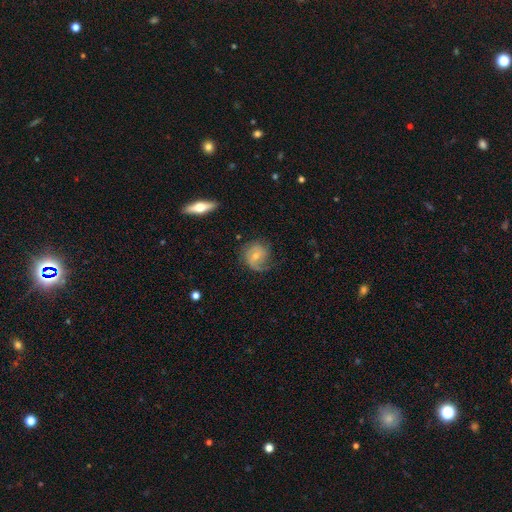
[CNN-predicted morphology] featured or disk 64%, smooth 29%, star or artifact 8%. Down the decision tree: edge-on disk — no (96%); bar — no (52%); spiral arms — yes (87%); spiral arm count — 2 (43%); spiral winding — medium (40%); bulge size — small (51%); merging — none (59%).